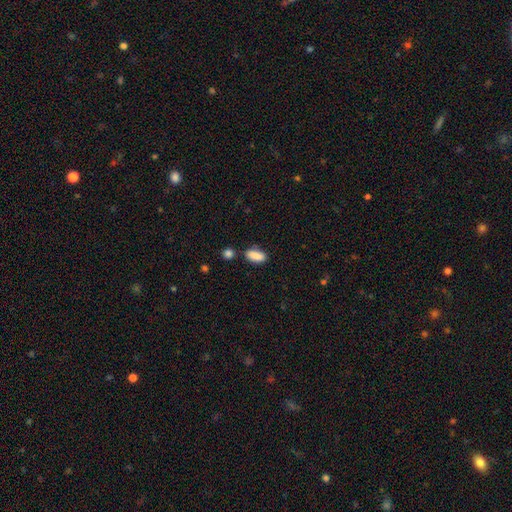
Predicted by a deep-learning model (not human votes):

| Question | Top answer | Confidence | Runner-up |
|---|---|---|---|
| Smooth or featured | smooth | 88% | star or artifact (7%) |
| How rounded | in between | 81% | cigar-shaped (15%) |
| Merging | none | 76% | minor disturbance (14%) |